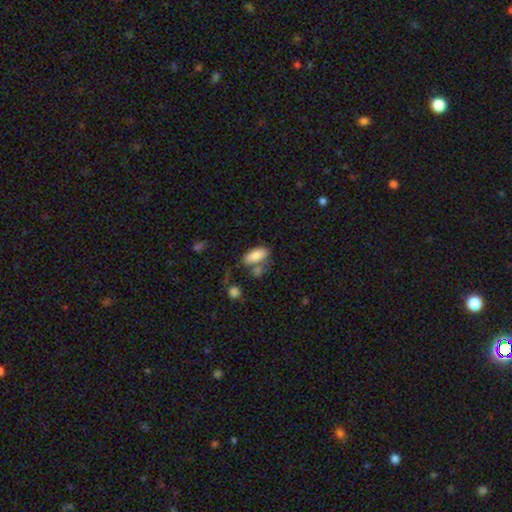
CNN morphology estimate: The model was most divided on "merging": none: 60%, merger: 18%, minor disturbance: 16%, major disturbance: 6%. More confident: how rounded — in between (87%); smooth or featured — smooth (83%).